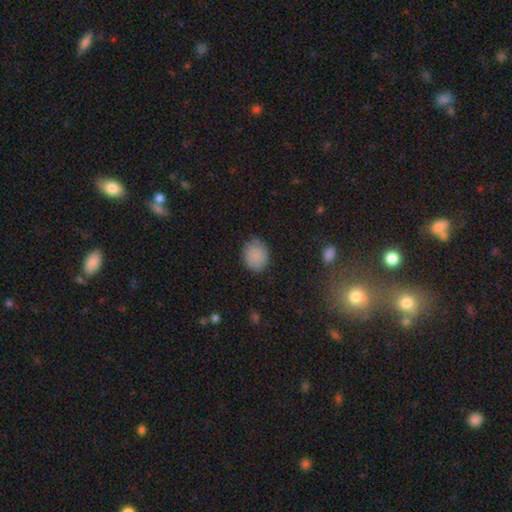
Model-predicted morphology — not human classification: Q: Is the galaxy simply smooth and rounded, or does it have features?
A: smooth — 86%.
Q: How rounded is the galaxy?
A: round — 56%.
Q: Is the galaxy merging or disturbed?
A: none — 82%.